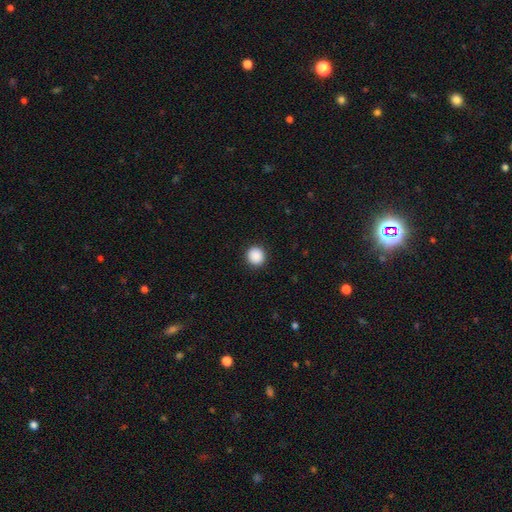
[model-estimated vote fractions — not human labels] Q: Smooth or featured?
A: smooth (89%); runner-up: star or artifact (9%)
Q: How rounded?
A: round (93%); runner-up: in between (6%)
Q: Merging?
A: none (93%); runner-up: minor disturbance (5%)